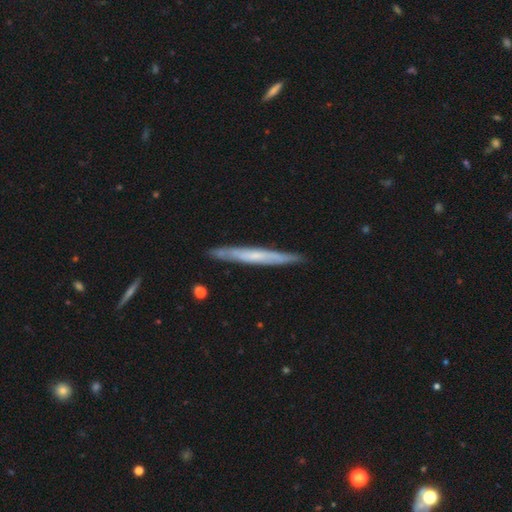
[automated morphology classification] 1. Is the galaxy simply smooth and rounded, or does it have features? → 58% featured or disk, 36% smooth, 5% star or artifact.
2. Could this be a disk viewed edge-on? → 90% yes, 10% no.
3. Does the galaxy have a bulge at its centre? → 71% none, 23% rounded, 6% boxy.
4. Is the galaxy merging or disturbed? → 87% none, 10% minor disturbance, 2% major disturbance, 1% merger.